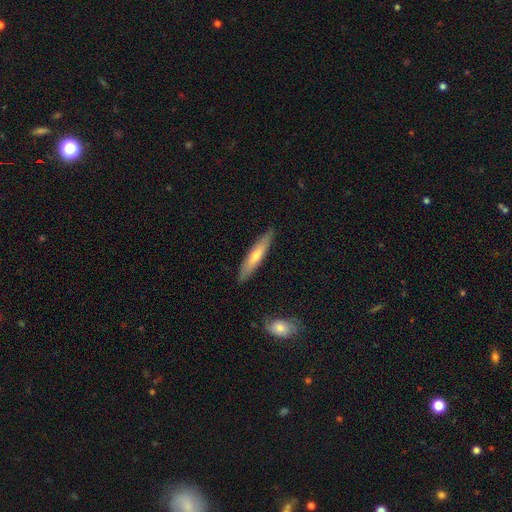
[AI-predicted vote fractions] This appears to be a smooth galaxy with no disk features (51%) that is cigar-shaped (88%). Merging: none (88%).